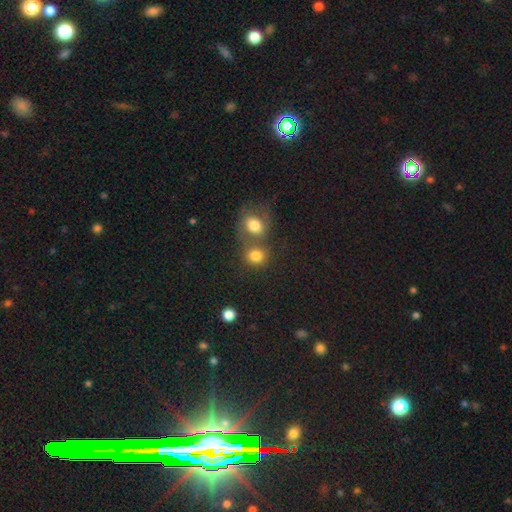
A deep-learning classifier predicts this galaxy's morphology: Smooth or featured? Predicted: smooth (p=0.80). How rounded? Predicted: round (p=0.76). Merging? Predicted: merger (p=0.44).